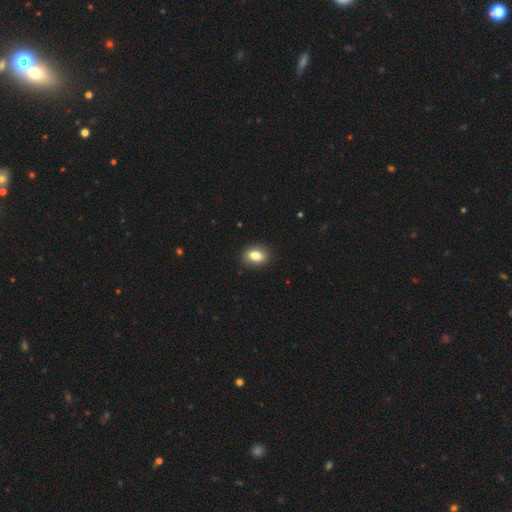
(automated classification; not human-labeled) A smooth galaxy with no disk features (82%) that is in between round and cigar-shaped (67%).

Vote fractions:
- Smooth or featured? smooth: 82% / featured or disk: 9% / star or artifact: 9%
- How rounded? in between: 67% / round: 32% / cigar-shaped: 1%
- Merging? none: 87% / minor disturbance: 10% / major disturbance: 2% / merger: 1%